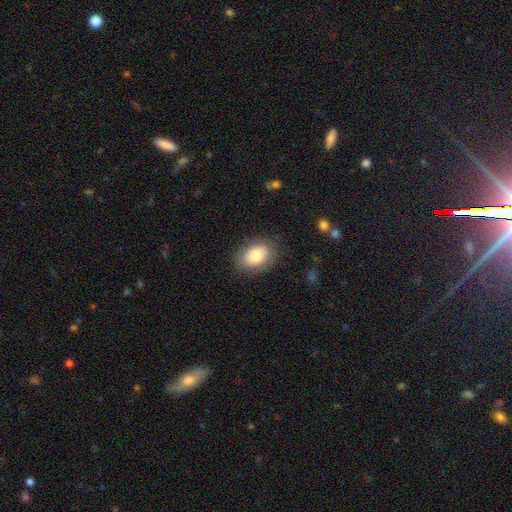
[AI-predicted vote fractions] smooth 75%, featured or disk 17%, star or artifact 8%. Down the decision tree: how rounded — in between (80%); merging — none (81%).